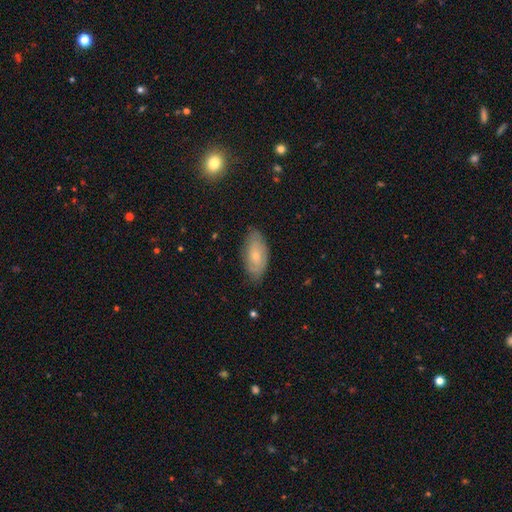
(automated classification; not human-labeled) Morphology: type=smooth (58%); roundness=in between (90%); merging=none (76%).